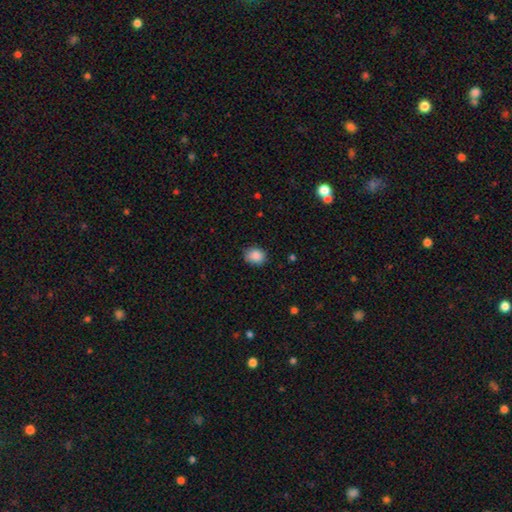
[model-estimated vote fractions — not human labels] A smooth galaxy with no disk features (88%) that is round (58%). Merging: none (81%).